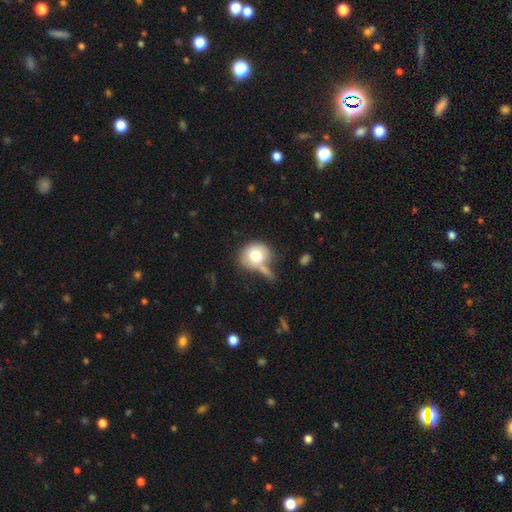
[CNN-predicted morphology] This appears to be a smooth galaxy with no disk features (75%) that is round (75%). Merging: none (41%).